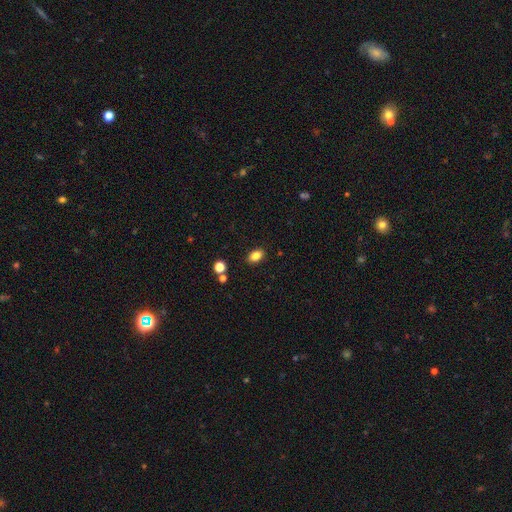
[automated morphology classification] A smooth galaxy with no disk features (83%) that is in between round and cigar-shaped (86%).

Vote fractions:
- Smooth or featured? smooth: 83% / star or artifact: 10% / featured or disk: 6%
- How rounded? in between: 86% / round: 12% / cigar-shaped: 2%
- Merging? none: 87% / minor disturbance: 9% / major disturbance: 2% / merger: 2%